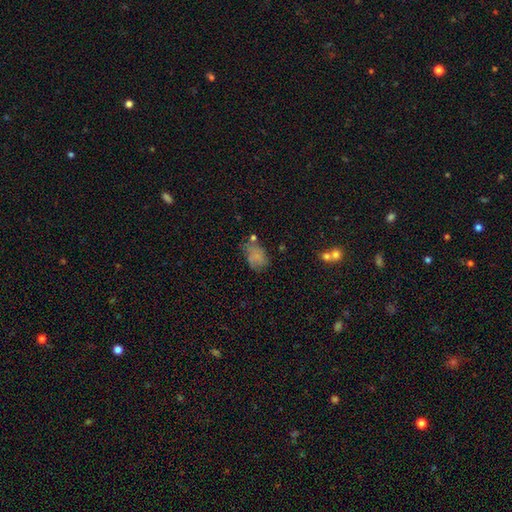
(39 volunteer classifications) Overall: smooth (67%; featured or disk 31%). How rounded: in between (65%; round 31%). Merging: minor disturbance (34%; major disturbance 29%).